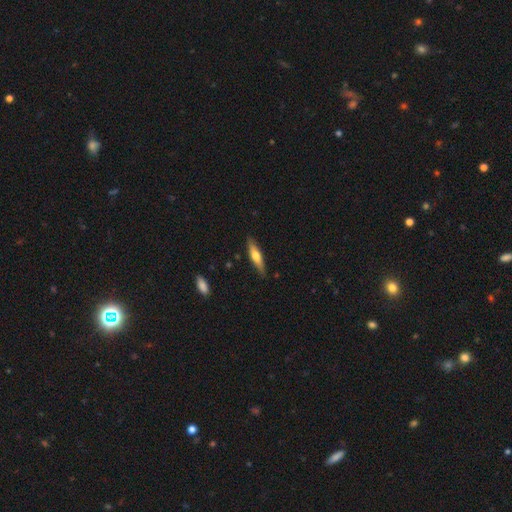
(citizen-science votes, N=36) This appears to be a smooth galaxy with no disk features (50%) that is cigar-shaped (94%). Merging: none (88%).